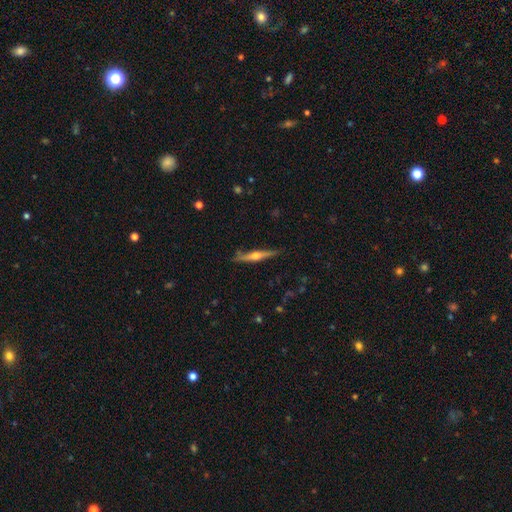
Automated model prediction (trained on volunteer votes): This appears to be a featured or disk galaxy (67%) viewed edge-on (97%) with a rounded central bulge (91%). Merging: none (85%).